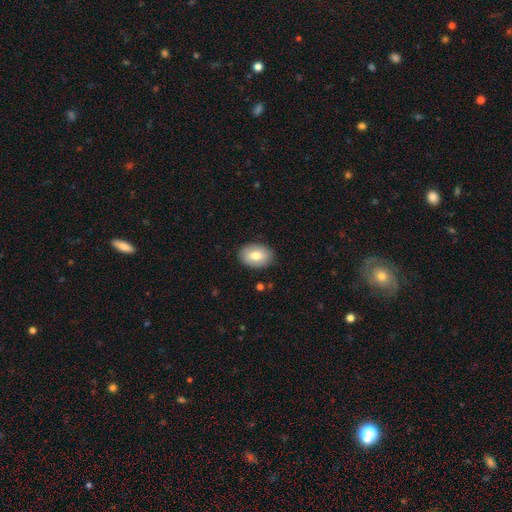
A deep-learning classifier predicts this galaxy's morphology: A smooth galaxy with no disk features (78%) that is in between round and cigar-shaped (83%). Merging: none (87%).